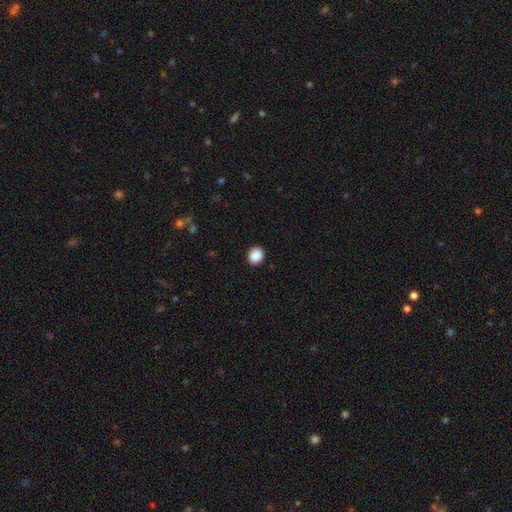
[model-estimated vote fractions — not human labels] smooth 89%, star or artifact 8%, featured or disk 3%. Down the decision tree: how rounded — round (73%); merging — none (91%).